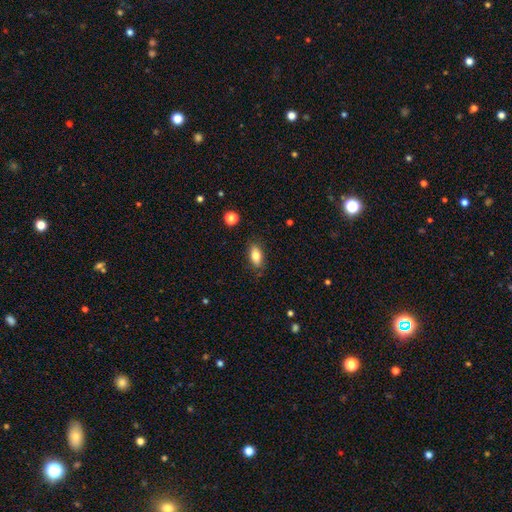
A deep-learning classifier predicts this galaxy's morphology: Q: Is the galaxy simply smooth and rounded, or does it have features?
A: smooth — 79%.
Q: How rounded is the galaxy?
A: in between — 87%.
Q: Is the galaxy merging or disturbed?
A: none — 84%.